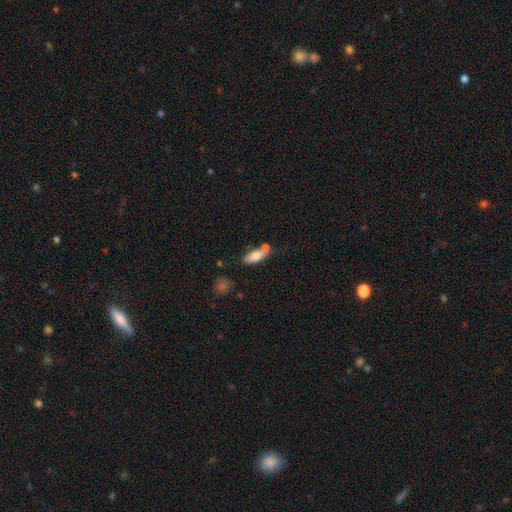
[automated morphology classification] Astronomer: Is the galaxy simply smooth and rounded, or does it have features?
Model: smooth — 72%.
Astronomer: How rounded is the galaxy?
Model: in between — 75%.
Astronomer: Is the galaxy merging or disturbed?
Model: none — 50% (runner-up: merger, 29%).